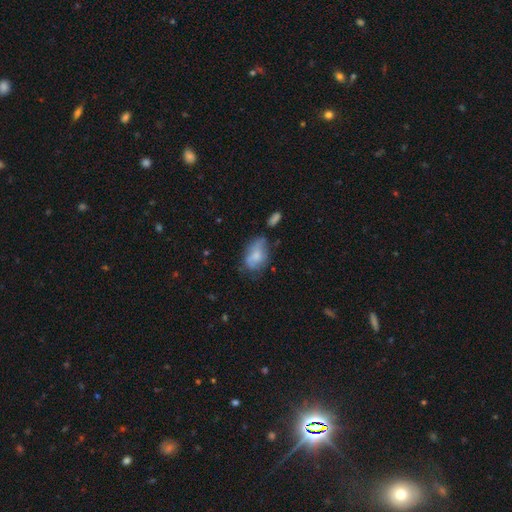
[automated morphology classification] This is likely a smooth galaxy (64%). How rounded: clearly in between (85%). Merging: marginally none (40%).